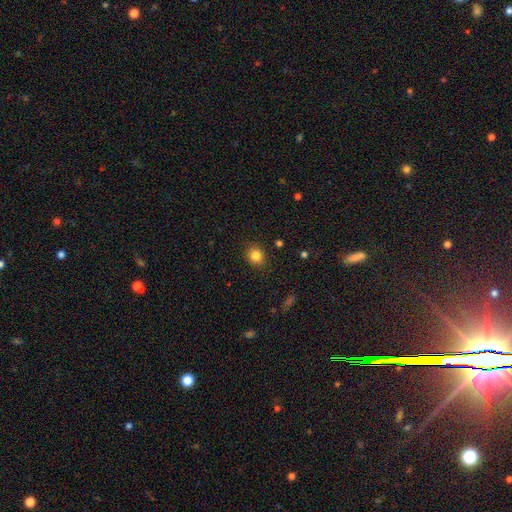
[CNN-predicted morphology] This is clearly a smooth galaxy (83%). How rounded: likely round (77%). Merging: clearly none (89%).